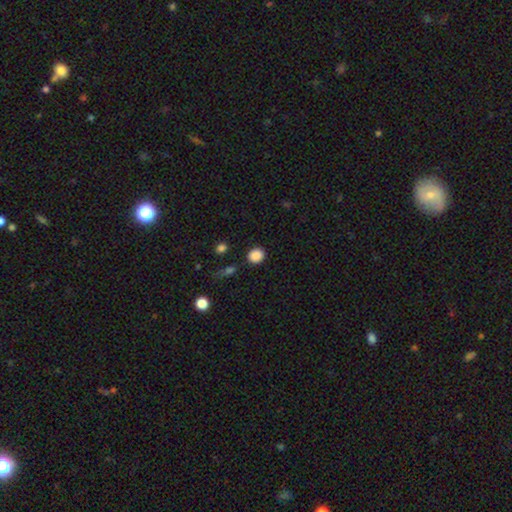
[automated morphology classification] Smooth or featured?
  - smooth: 87% *
  - star or artifact: 9%
  - featured or disk: 3%
How rounded?
  - round: 79% *
  - in between: 20%
  - cigar-shaped: 1%
Merging?
  - none: 88% *
  - minor disturbance: 7%
  - major disturbance: 2%
  - merger: 2%